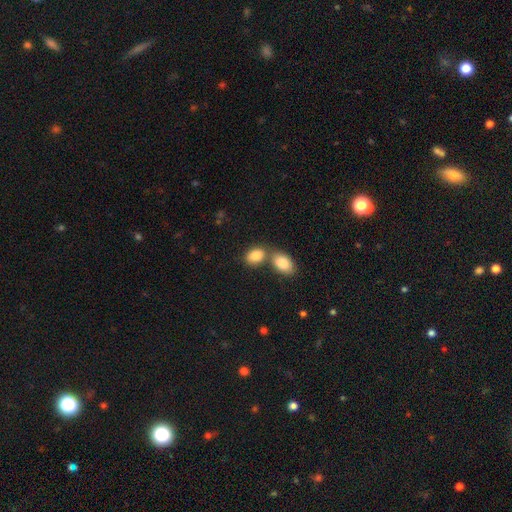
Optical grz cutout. It shows a smooth galaxy with no disk features (82%) that is in between round and cigar-shaped (84%). Merging: merger (77%).